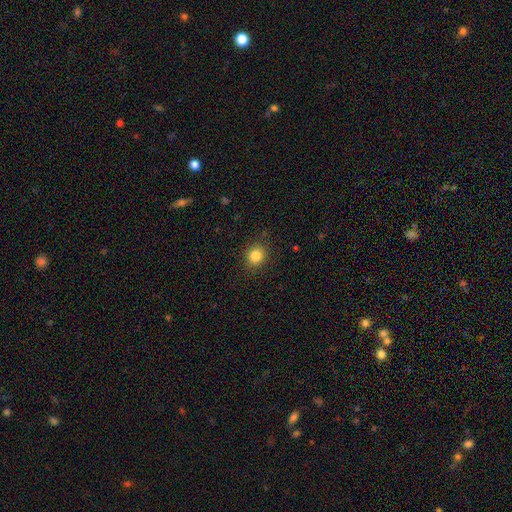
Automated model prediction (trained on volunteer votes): This is clearly a smooth galaxy (84%). How rounded: likely round (77%). Merging: clearly none (87%).